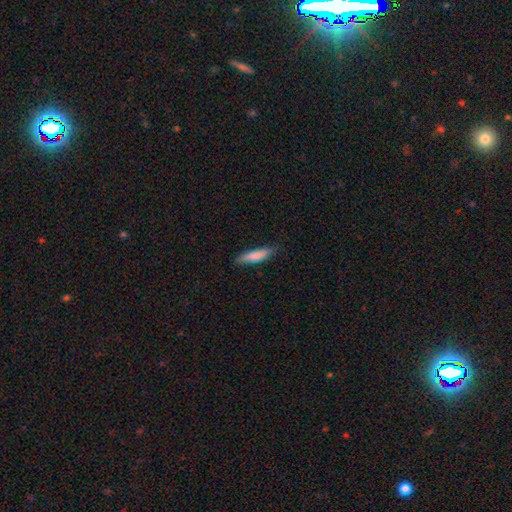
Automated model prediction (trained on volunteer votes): smooth_or_featured: smooth (p=0.81) [alt: featured or disk p=0.14]
how_rounded: cigar-shaped (p=0.75) [alt: in between p=0.24]
merging: none (p=0.80) [alt: minor disturbance p=0.16]